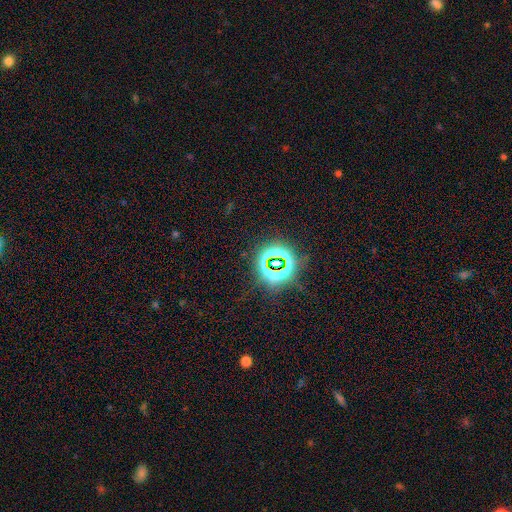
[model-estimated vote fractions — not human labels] Smooth or featured? Predicted: star or artifact (p=0.83).